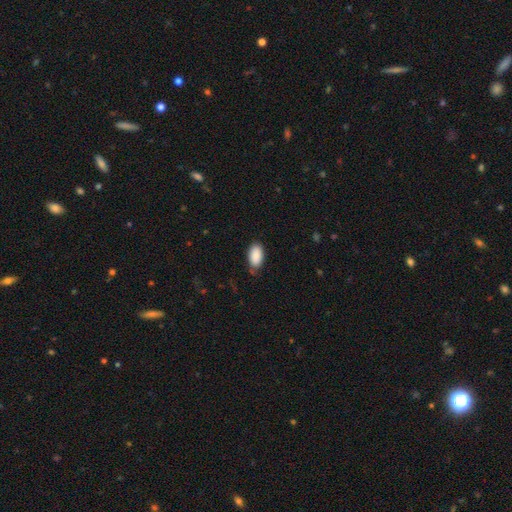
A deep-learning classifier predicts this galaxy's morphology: type=smooth (90%); roundness=in between (95%); merging=none (76%).